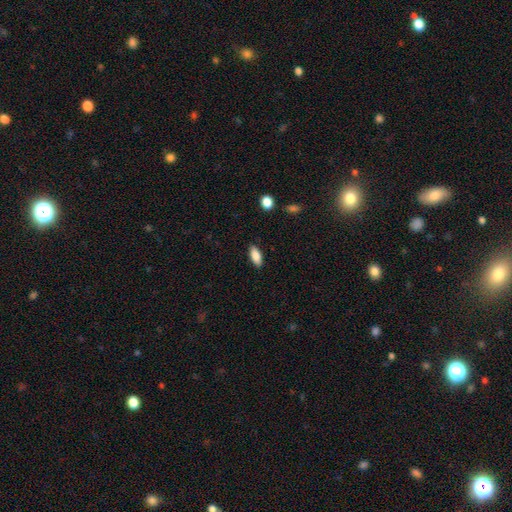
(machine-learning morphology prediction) Smooth or featured: smooth — 85% (featured or disk — 8%)
How rounded: in between — 82% (cigar-shaped — 16%)
Merging: none — 88% (minor disturbance — 9%)